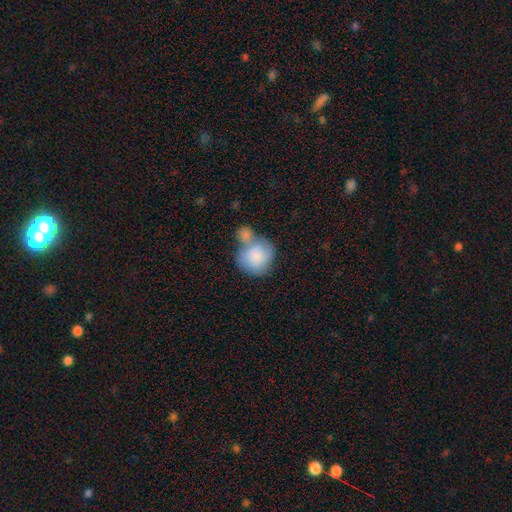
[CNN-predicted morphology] type=smooth (80%); roundness=round (77%); merging=merger (54%).